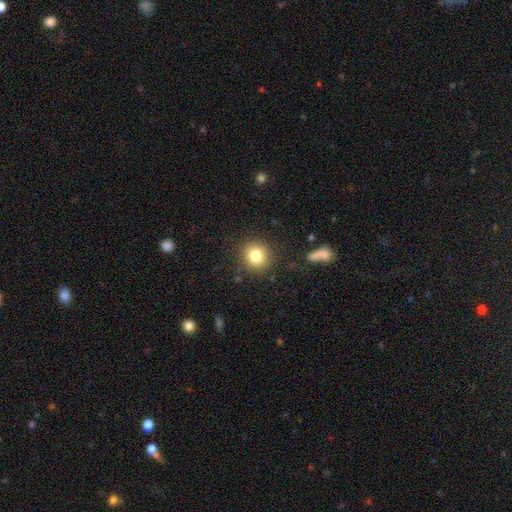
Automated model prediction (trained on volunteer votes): The model was most divided on "smooth or featured": smooth: 82%, star or artifact: 10%, featured or disk: 7%. More confident: merging — none (86%); how rounded — round (86%).